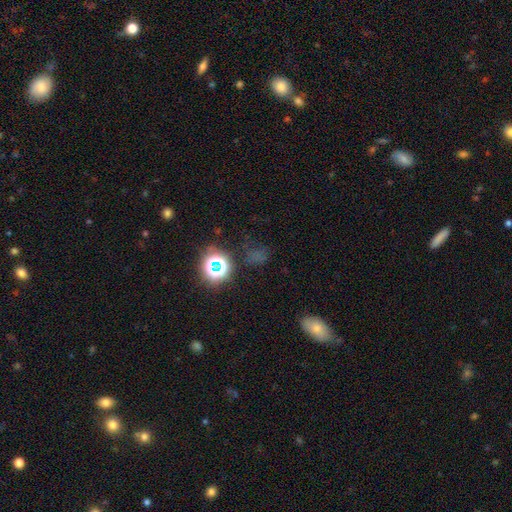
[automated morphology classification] The model was most divided on "smooth or featured": star or artifact: 49%, smooth: 41%, featured or disk: 10%.